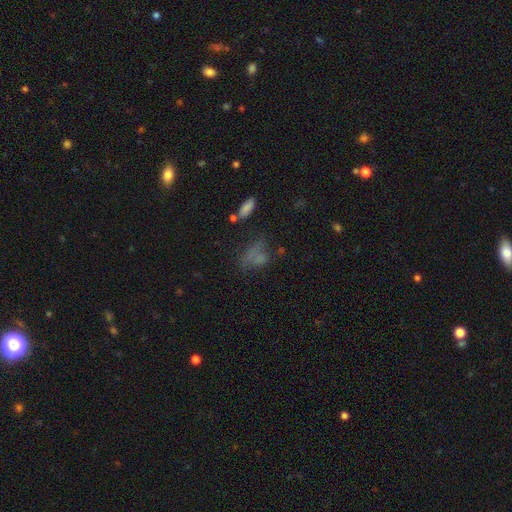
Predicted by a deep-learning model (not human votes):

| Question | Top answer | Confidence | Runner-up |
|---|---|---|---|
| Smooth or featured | smooth | 59% | star or artifact (20%) |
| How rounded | in between | 73% | round (22%) |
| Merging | none | 39% | major disturbance (25%) |